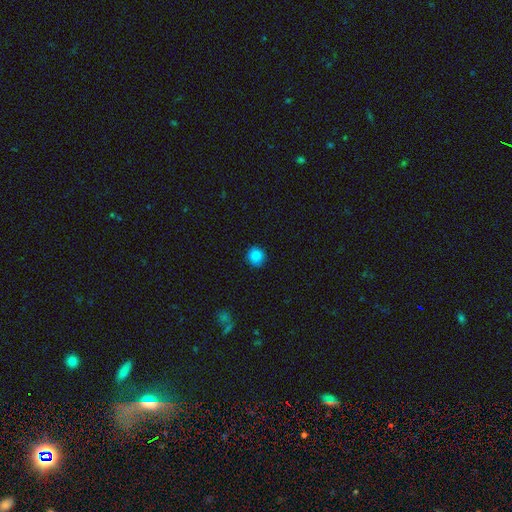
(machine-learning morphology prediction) Overall: smooth (86%). How rounded: round (92%). Merging: none (89%).